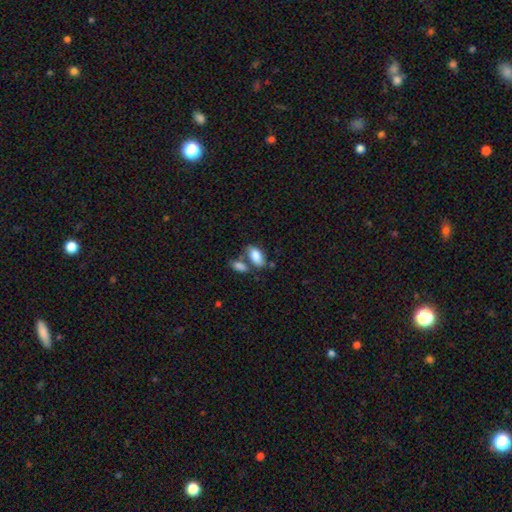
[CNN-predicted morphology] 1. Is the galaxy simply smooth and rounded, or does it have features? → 84% smooth, 9% featured or disk, 7% star or artifact.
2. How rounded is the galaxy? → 92% in between, 5% cigar-shaped, 3% round.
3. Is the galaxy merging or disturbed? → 49% none, 33% merger, 13% minor disturbance, 5% major disturbance.